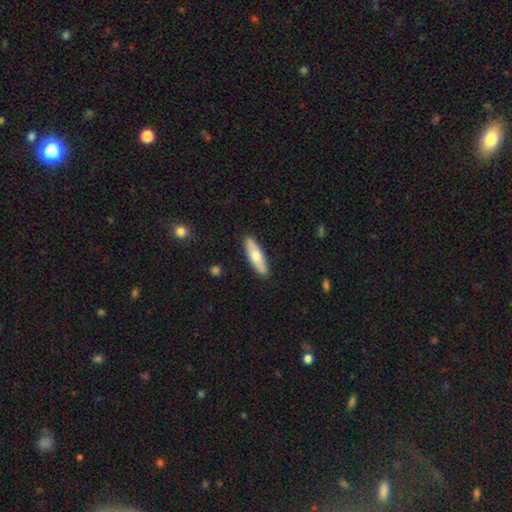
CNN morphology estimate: smooth_or_featured: smooth (p=0.64) [alt: featured or disk p=0.30]
how_rounded: cigar-shaped (p=0.56) [alt: in between p=0.42]
merging: none (p=0.89) [alt: minor disturbance p=0.08]